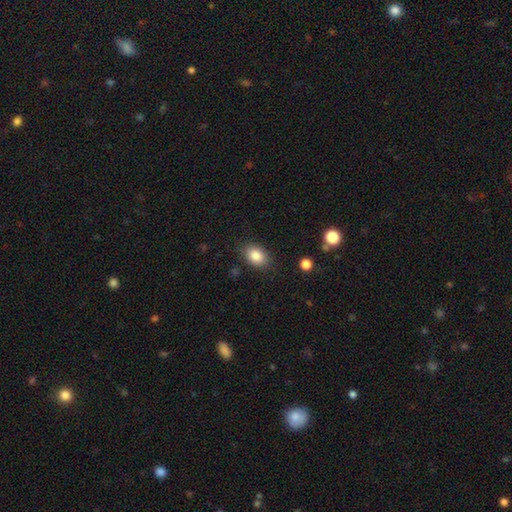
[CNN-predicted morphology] smooth 86%, star or artifact 8%, featured or disk 6%. Down the decision tree: how rounded — in between (82%); merging — none (85%).